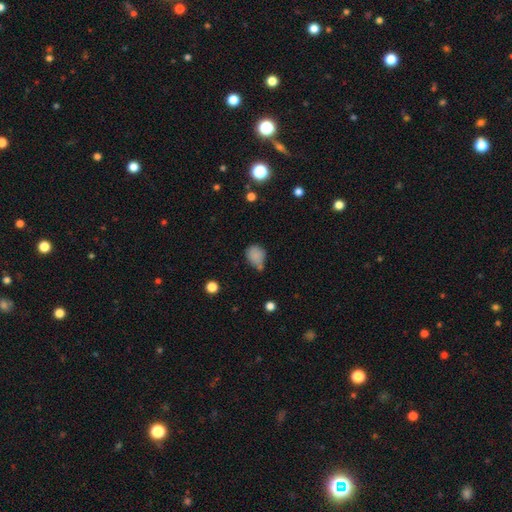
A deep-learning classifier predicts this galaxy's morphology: Overall: smooth (82%). How rounded: round (55%; in between 44%). Merging: none (43%; minor disturbance 33%).